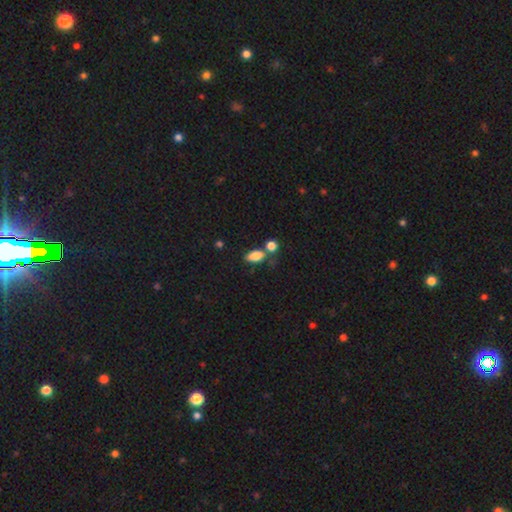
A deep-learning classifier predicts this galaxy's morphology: Smooth or featured?
  - smooth: 83% *
  - star or artifact: 9%
  - featured or disk: 8%
How rounded?
  - in between: 86% *
  - cigar-shaped: 8%
  - round: 7%
Merging?
  - none: 53% *
  - merger: 26%
  - minor disturbance: 15%
  - major disturbance: 6%